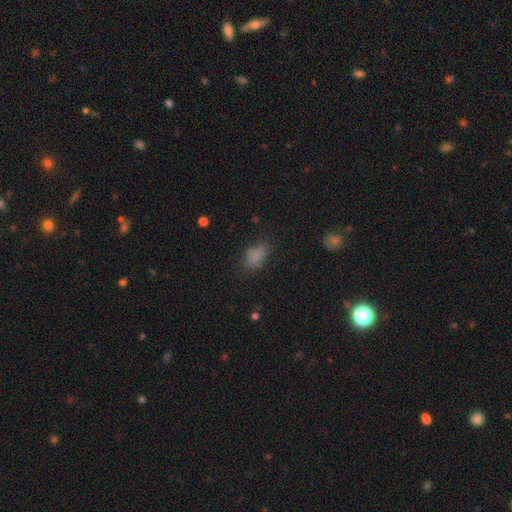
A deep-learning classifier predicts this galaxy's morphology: A smooth galaxy with no disk features (81%) that is in between round and cigar-shaped (87%).

Vote fractions:
- Smooth or featured? smooth: 81% / star or artifact: 12% / featured or disk: 7%
- How rounded? in between: 87% / round: 9% / cigar-shaped: 4%
- Merging? none: 70% / minor disturbance: 20% / major disturbance: 8% / merger: 2%